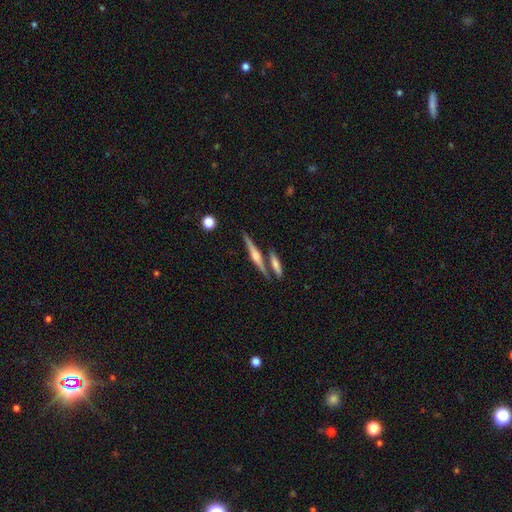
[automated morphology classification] A featured or disk galaxy (71%) viewed edge-on (97%) with a rounded central bulge (79%).

Vote fractions:
- Smooth or featured? featured or disk: 71% / smooth: 23% / star or artifact: 7%
- Edge-on disk? yes: 97% / no: 3%
- Edge-on bulge? rounded: 79% / boxy: 13% / none: 8%
- Merging? none: 75% / merger: 14% / minor disturbance: 8% / major disturbance: 3%